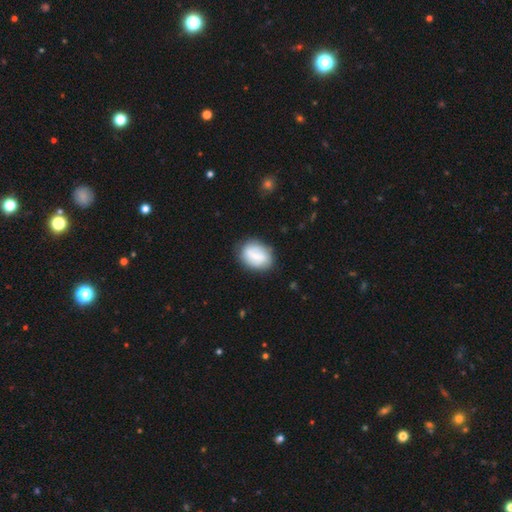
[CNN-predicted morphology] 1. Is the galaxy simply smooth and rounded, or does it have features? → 59% smooth, 34% featured or disk, 7% star or artifact.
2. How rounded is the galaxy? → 65% in between, 34% round, 1% cigar-shaped.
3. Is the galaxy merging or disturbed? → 77% none, 16% minor disturbance, 5% major disturbance, 2% merger.